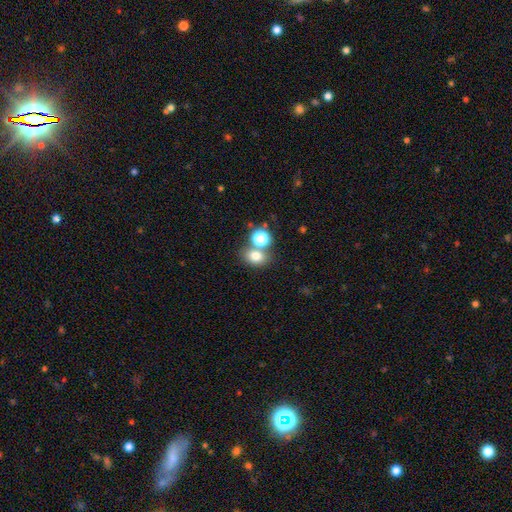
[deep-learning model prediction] This is likely a smooth galaxy (75%). How rounded: possibly round (52%). Merging: possibly none (58%).